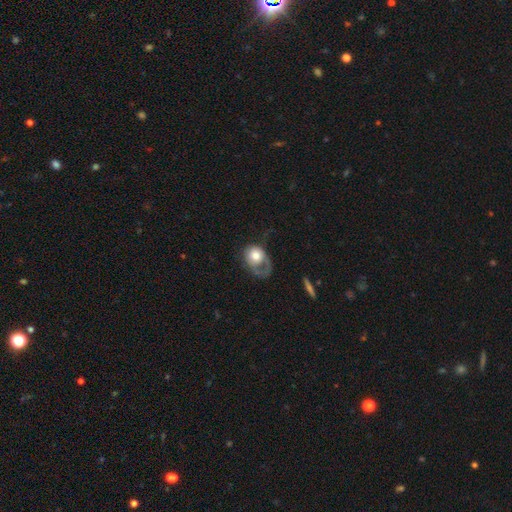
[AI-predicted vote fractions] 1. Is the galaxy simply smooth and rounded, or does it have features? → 60% smooth, 33% featured or disk, 7% star or artifact.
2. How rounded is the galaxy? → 57% round, 42% in between, 1% cigar-shaped.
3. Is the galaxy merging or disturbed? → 57% major disturbance, 20% minor disturbance, 20% none, 3% merger.